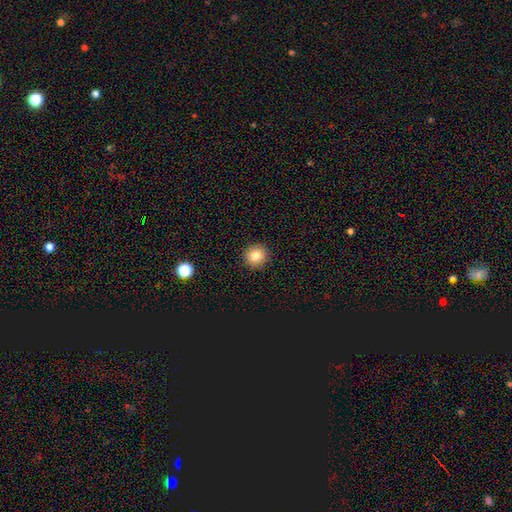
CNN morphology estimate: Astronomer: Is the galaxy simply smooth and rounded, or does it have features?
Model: smooth — 82%.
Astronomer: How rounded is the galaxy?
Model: round — 91%.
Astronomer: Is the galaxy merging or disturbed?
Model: none — 92%.